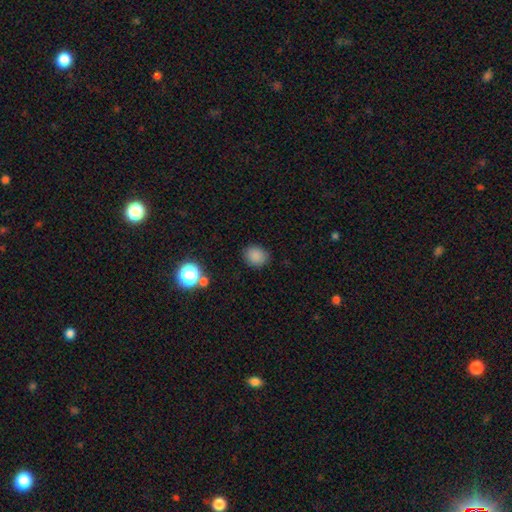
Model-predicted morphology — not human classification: Smooth or featured?
  - smooth: 84% *
  - star or artifact: 12%
  - featured or disk: 4%
How rounded?
  - round: 72% *
  - in between: 27%
  - cigar-shaped: 1%
Merging?
  - none: 86% *
  - minor disturbance: 9%
  - major disturbance: 3%
  - merger: 2%